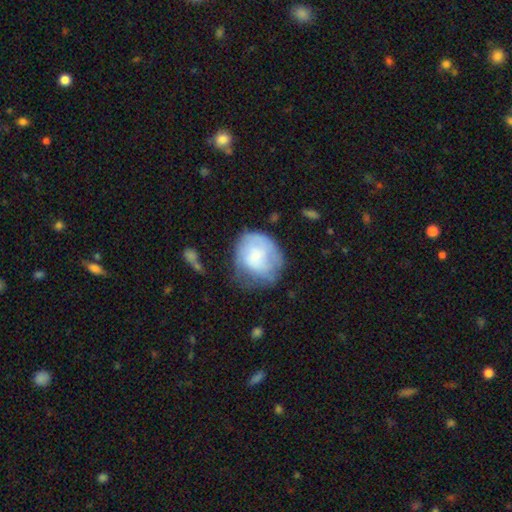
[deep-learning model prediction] Smooth or featured?
  - smooth: 52% *
  - featured or disk: 41%
  - star or artifact: 8%
How rounded?
  - round: 72% *
  - in between: 27%
  - cigar-shaped: 1%
Merging?
  - none: 49% *
  - minor disturbance: 31%
  - major disturbance: 18%
  - merger: 3%